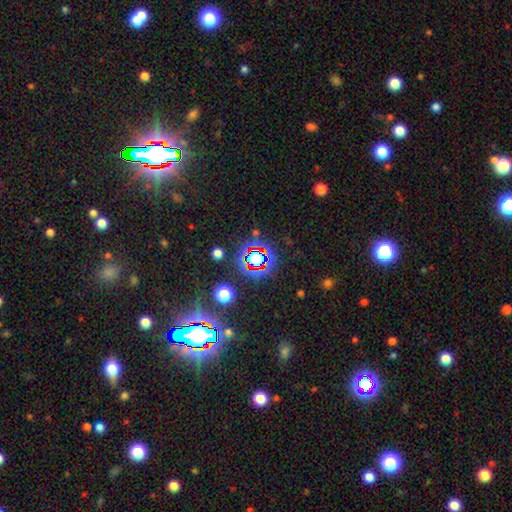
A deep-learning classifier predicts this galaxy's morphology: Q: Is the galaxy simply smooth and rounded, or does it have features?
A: star or artifact — 66%.